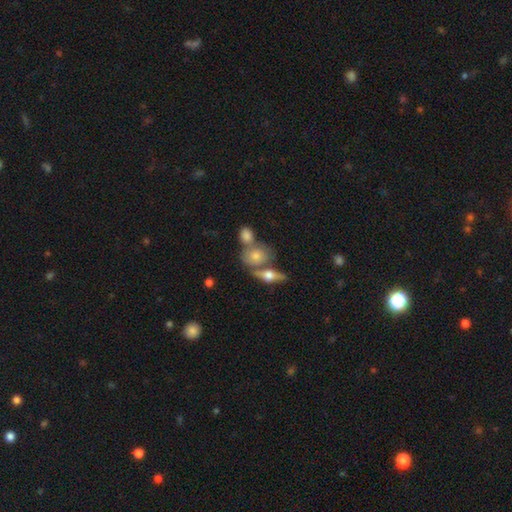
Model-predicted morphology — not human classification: A smooth galaxy with no disk features (62%) that is round (50%). Merging: none (44%).